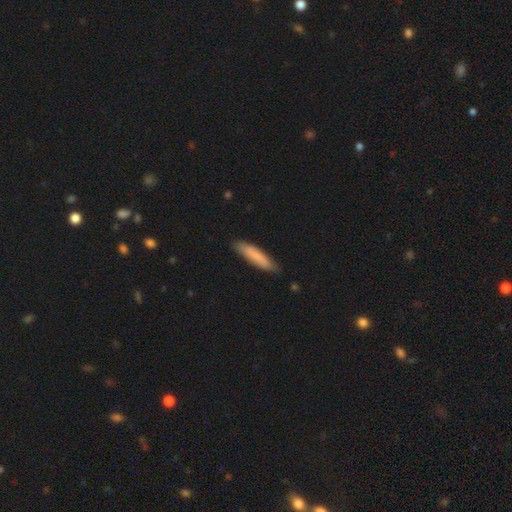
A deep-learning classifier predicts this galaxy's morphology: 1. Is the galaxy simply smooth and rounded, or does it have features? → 81% smooth, 13% featured or disk, 6% star or artifact.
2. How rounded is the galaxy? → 82% cigar-shaped, 17% in between, 1% round.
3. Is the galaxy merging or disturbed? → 84% none, 13% minor disturbance, 2% major disturbance, 1% merger.